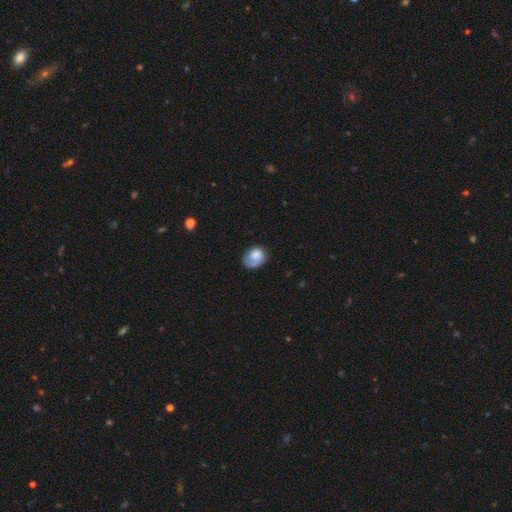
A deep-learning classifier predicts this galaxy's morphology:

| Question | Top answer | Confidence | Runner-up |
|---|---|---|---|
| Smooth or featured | smooth | 68% | featured or disk (24%) |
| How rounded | in between | 57% | round (42%) |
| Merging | none | 41% | minor disturbance (29%) |